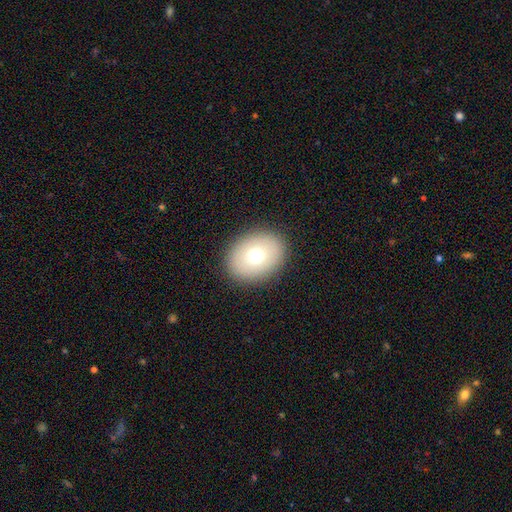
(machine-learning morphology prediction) Smooth or featured?
  - smooth: 72% *
  - featured or disk: 18%
  - star or artifact: 10%
How rounded?
  - in between: 60% *
  - round: 39%
  - cigar-shaped: 1%
Merging?
  - none: 90% *
  - minor disturbance: 7%
  - major disturbance: 2%
  - merger: 1%